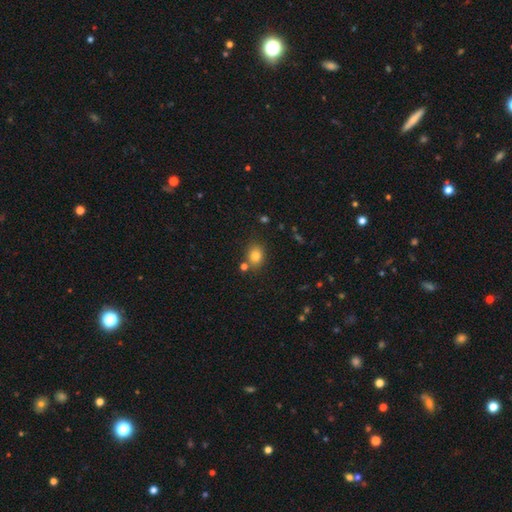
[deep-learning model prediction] Smooth or featured: smooth — 80% (star or artifact — 12%)
How rounded: round — 55% (in between — 44%)
Merging: none — 76% (minor disturbance — 11%)